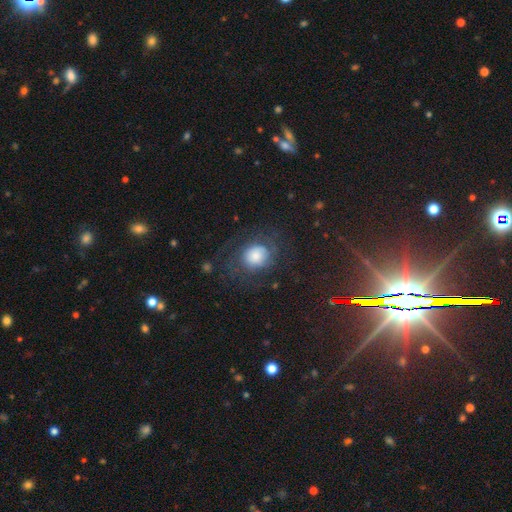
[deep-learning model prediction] smooth 51%, featured or disk 37%, star or artifact 12%. Down the decision tree: how rounded — round (70%); merging — none (60%).